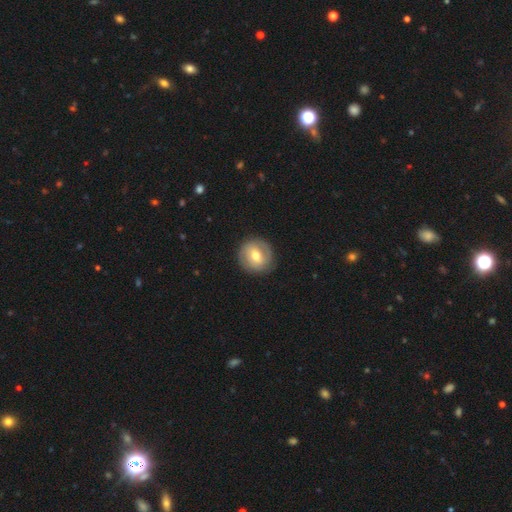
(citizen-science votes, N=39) This is likely a featured or disk galaxy (67%). It is clearly not viewed edge-on (96%). Bar: possibly weak (56%). Spiral arm pattern: likely yes (64%). Spiral arm count: likely 2 (62%). Spiral winding: possibly medium (56%). Central bulge: clearly moderate (84%). Merging: clearly none (87%).